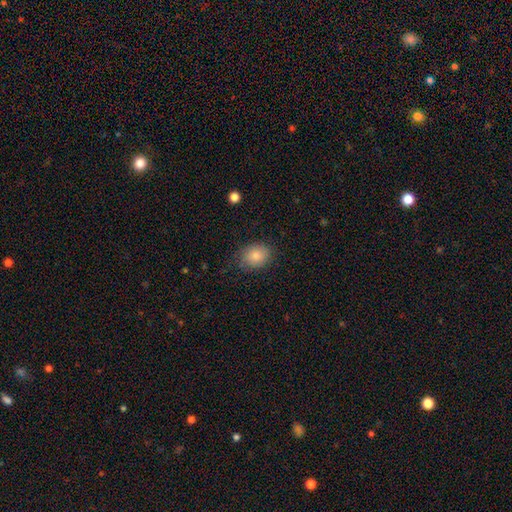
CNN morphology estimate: A smooth galaxy with no disk features (83%) that is in between round and cigar-shaped (55%).

Vote fractions:
- Smooth or featured? smooth: 83% / featured or disk: 9% / star or artifact: 8%
- How rounded? in between: 55% / round: 44% / cigar-shaped: 1%
- Merging? none: 77% / minor disturbance: 17% / major disturbance: 5% / merger: 1%